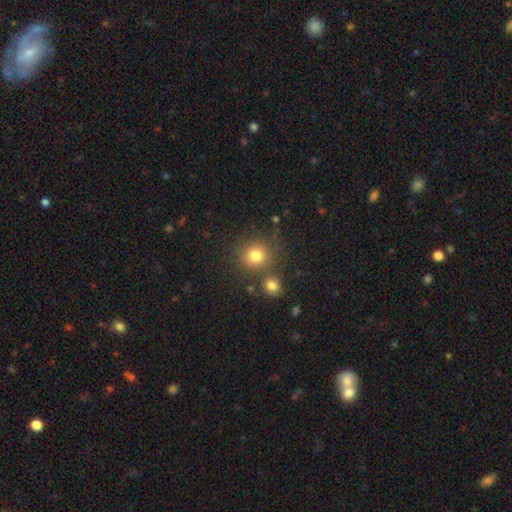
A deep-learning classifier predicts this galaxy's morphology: A smooth galaxy with no disk features (78%) that is round (89%). Merging: none (72%).